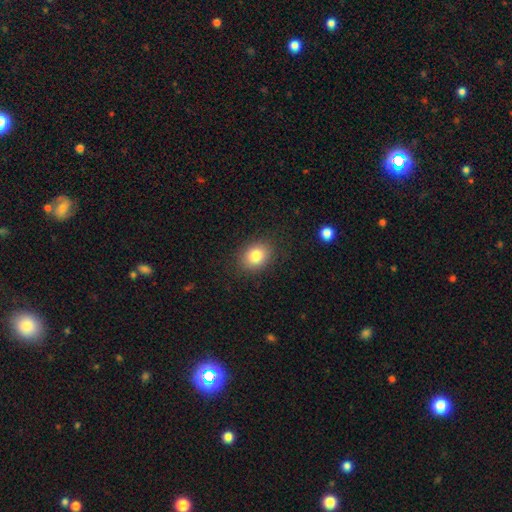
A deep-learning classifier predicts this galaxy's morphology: Overall: smooth (82%). How rounded: in between (53%; round 46%). Merging: none (86%).